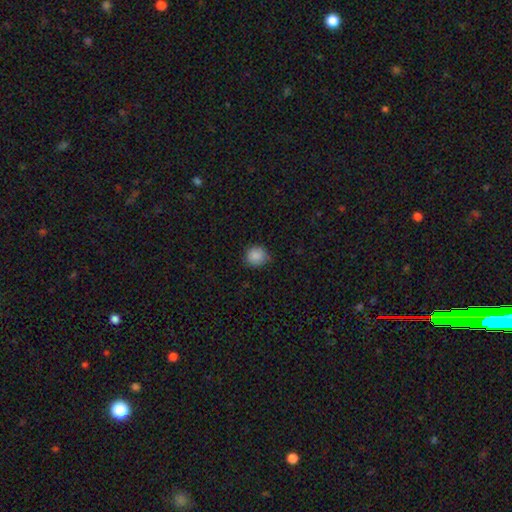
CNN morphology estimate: A smooth galaxy with no disk features (88%) that is round (88%). Merging: none (83%).